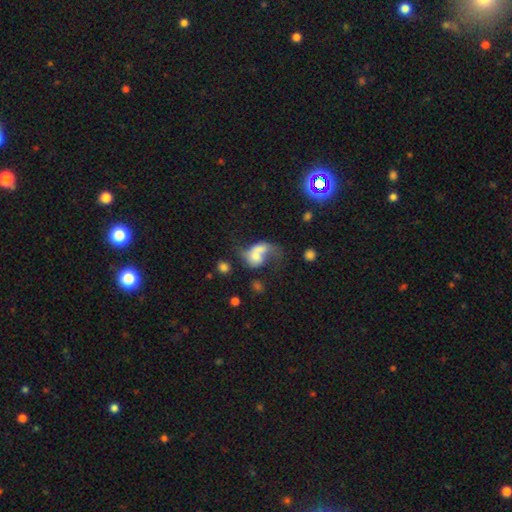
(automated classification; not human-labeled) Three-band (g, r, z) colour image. It shows a smooth galaxy with no disk features (51%) that is in between round and cigar-shaped (66%). Merging: merger (48%).